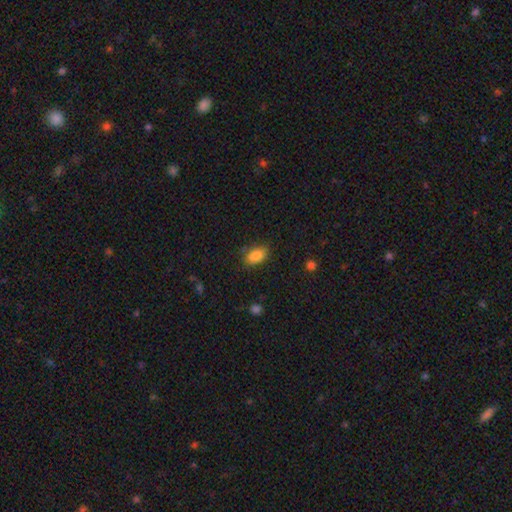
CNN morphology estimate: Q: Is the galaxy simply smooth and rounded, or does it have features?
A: smooth — 85%.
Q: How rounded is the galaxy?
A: in between — 88%.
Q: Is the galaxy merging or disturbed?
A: none — 80%.